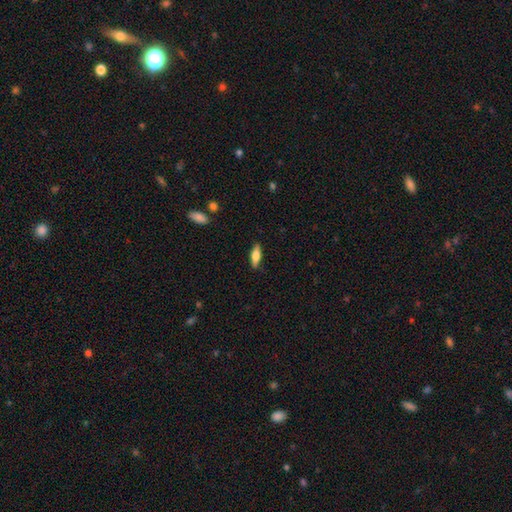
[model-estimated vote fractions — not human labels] smooth-or-featured: smooth: 62% | featured or disk: 32% | star or artifact: 7%
  how-rounded: in between: 53% | cigar-shaped: 45% | round: 2%
  merging: none: 86% | minor disturbance: 11% | major disturbance: 2% | merger: 1%